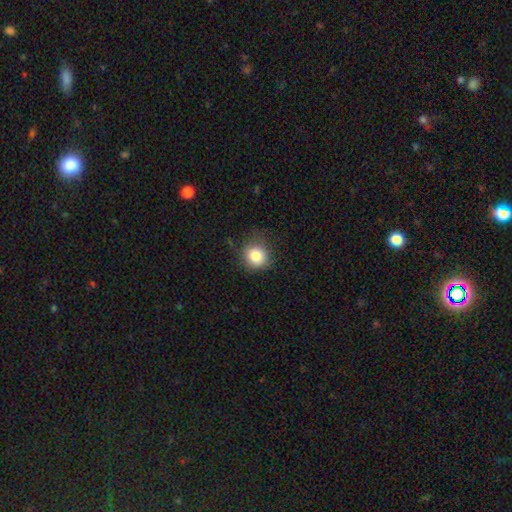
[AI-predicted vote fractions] smooth 81%, star or artifact 11%, featured or disk 8%. Down the decision tree: how rounded — round (88%); merging — none (70%).